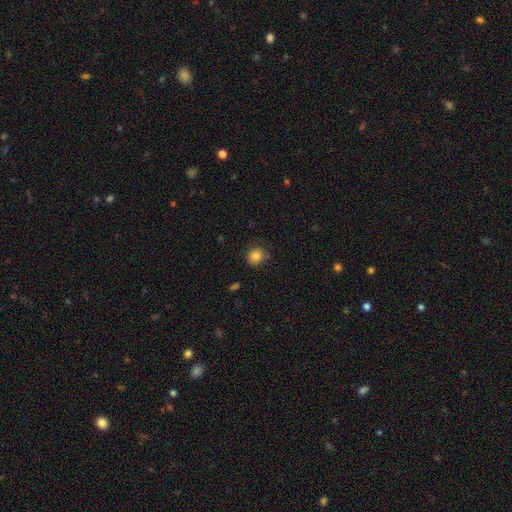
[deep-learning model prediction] Smooth or featured: smooth — 83% (star or artifact — 10%)
How rounded: round — 81% (in between — 18%)
Merging: none — 68% (minor disturbance — 24%)